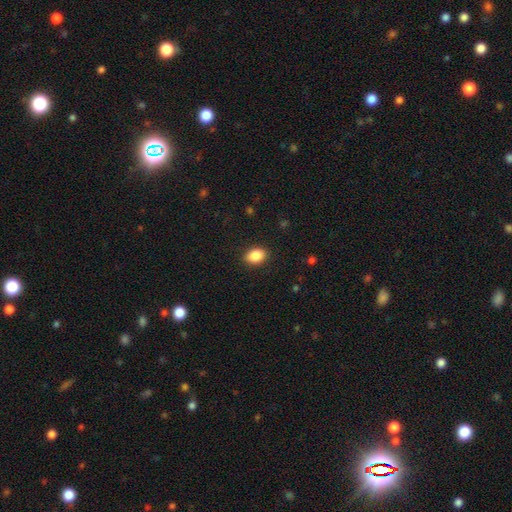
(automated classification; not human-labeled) smooth_or_featured: smooth (p=0.88) [alt: star or artifact p=0.08]
how_rounded: in between (p=0.79) [alt: round p=0.20]
merging: none (p=0.89) [alt: minor disturbance p=0.08]